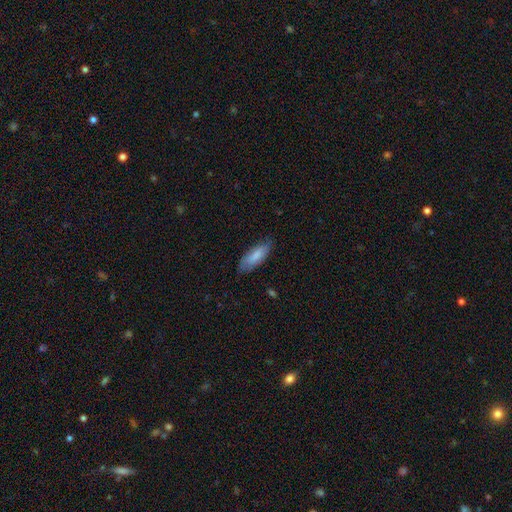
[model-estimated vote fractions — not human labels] A smooth galaxy with no disk features (77%) that is in between round and cigar-shaped (68%).

Vote fractions:
- Smooth or featured? smooth: 77% / featured or disk: 17% / star or artifact: 6%
- How rounded? in between: 68% / cigar-shaped: 31% / round: 2%
- Merging? none: 73% / minor disturbance: 22% / major disturbance: 4% / merger: 1%